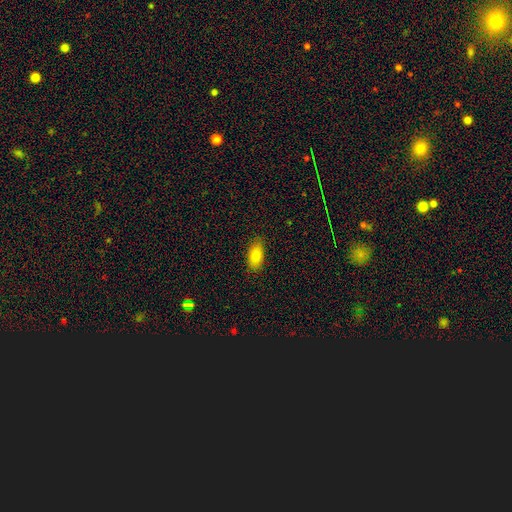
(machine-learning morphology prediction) smooth-or-featured: smooth: 82% | featured or disk: 10% | star or artifact: 8%
  how-rounded: in between: 89% | cigar-shaped: 7% | round: 4%
  merging: none: 87% | minor disturbance: 10% | major disturbance: 2% | merger: 1%